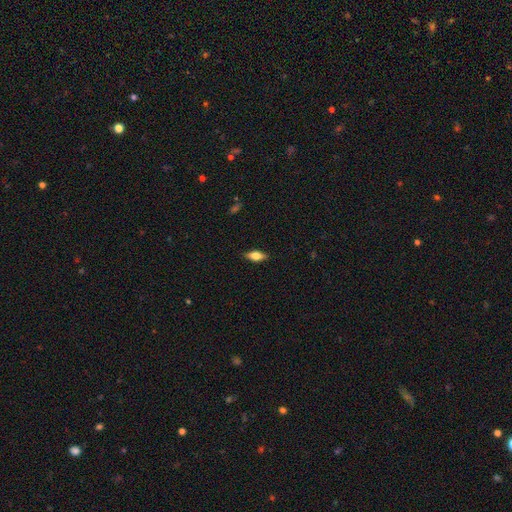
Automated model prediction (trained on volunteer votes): Smooth or featured? Predicted: smooth (p=0.61). How rounded? Predicted: in between (p=0.76). Merging? Predicted: none (p=0.87).